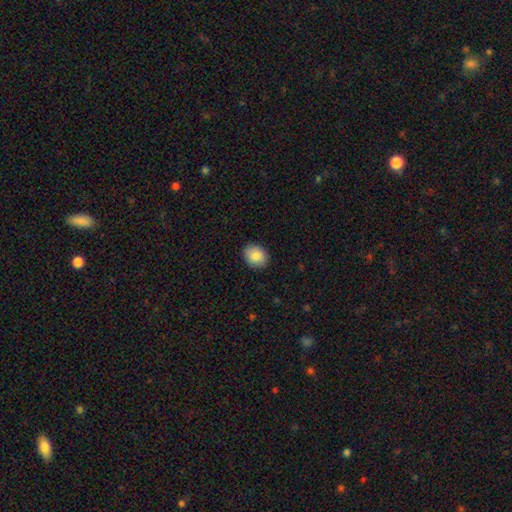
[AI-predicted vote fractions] A smooth galaxy with no disk features (86%) that is round (52%). Merging: none (89%).